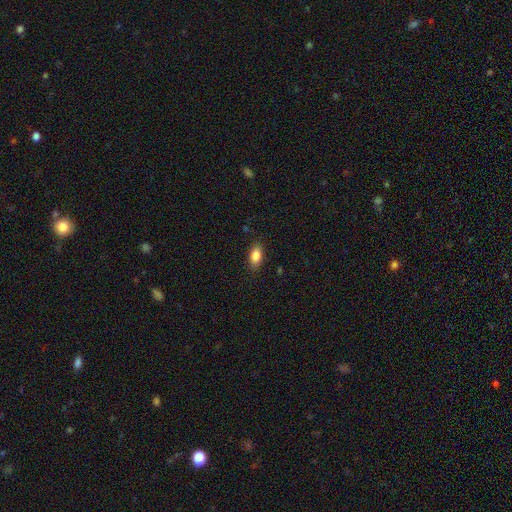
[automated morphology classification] Smooth or featured: smooth — 85% (star or artifact — 8%)
How rounded: in between — 89% (round — 6%)
Merging: none — 87% (minor disturbance — 10%)